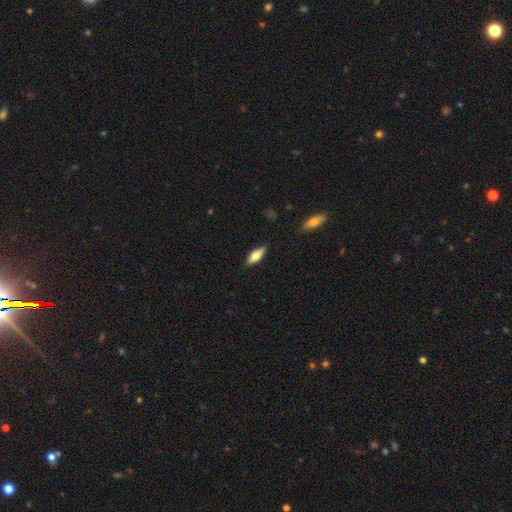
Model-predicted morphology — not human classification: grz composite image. It shows a smooth galaxy with no disk features (63%) that is in between round and cigar-shaped (62%). Merging: none (87%).